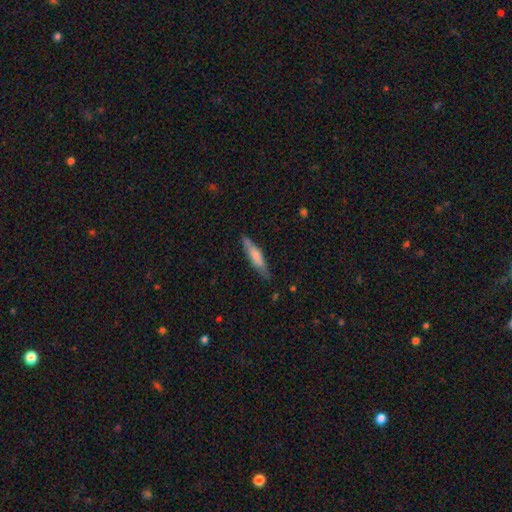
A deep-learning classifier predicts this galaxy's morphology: This appears to be a smooth galaxy with no disk features (66%) that is cigar-shaped (82%). Merging: none (79%).